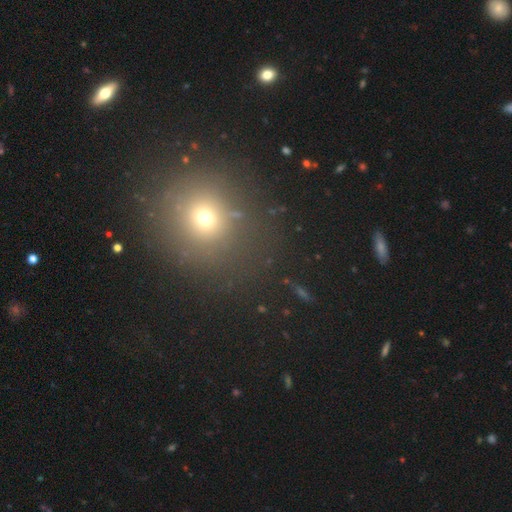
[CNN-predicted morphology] A smooth galaxy with no disk features (60%) that is round (84%).

Vote fractions:
- Smooth or featured? smooth: 60% / star or artifact: 31% / featured or disk: 9%
- How rounded? round: 84% / in between: 15% / cigar-shaped: 1%
- Merging? none: 84% / minor disturbance: 9% / major disturbance: 4% / merger: 3%